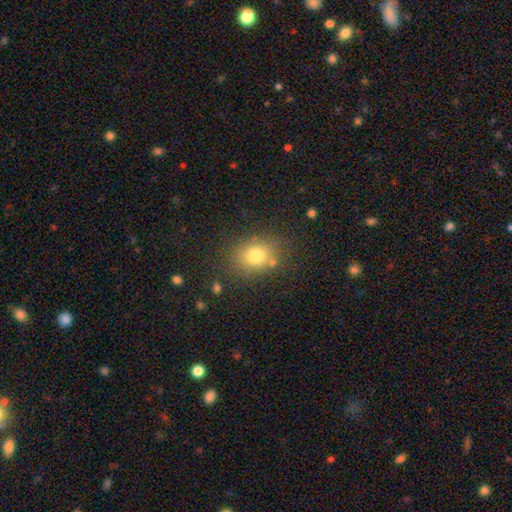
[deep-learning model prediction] A smooth galaxy with no disk features (78%) that is round (56%). Merging: none (75%).